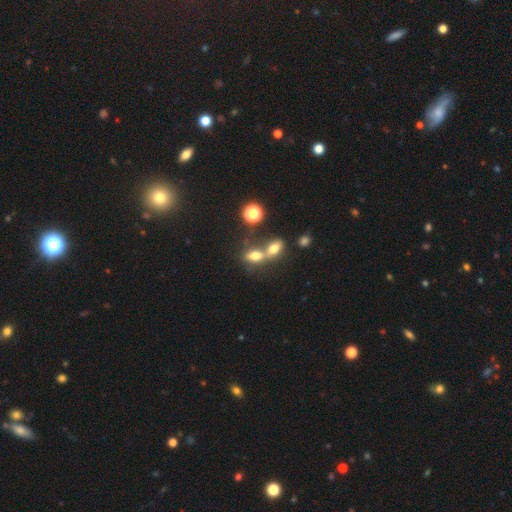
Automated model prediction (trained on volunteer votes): Q: Smooth or featured?
A: smooth (69%); runner-up: featured or disk (16%)
Q: How rounded?
A: in between (78%); runner-up: round (15%)
Q: Merging?
A: merger (60%); runner-up: none (26%)